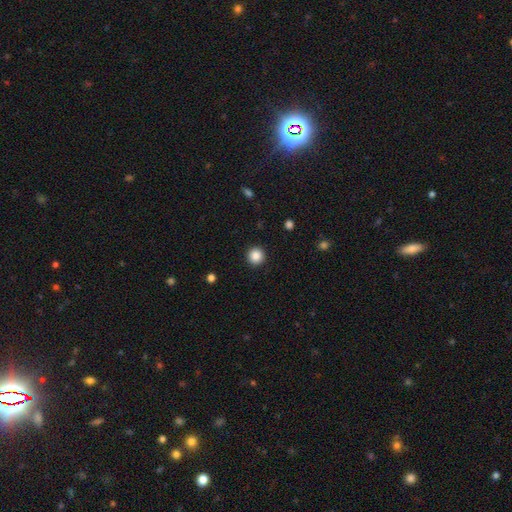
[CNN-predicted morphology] This is clearly a smooth galaxy (87%). How rounded: clearly round (96%). Merging: clearly none (93%).